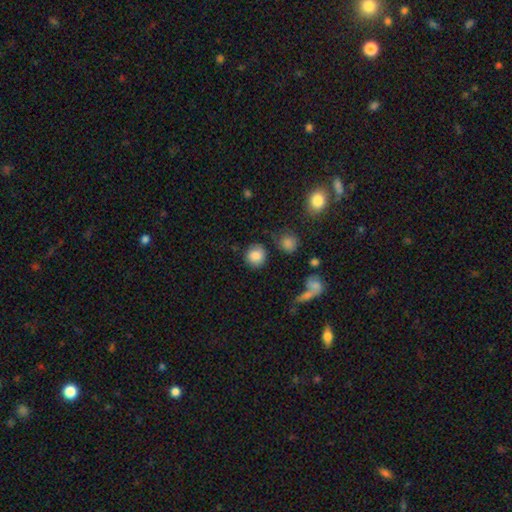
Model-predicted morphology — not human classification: Overall: smooth (84%). How rounded: round (86%). Merging: none (77%).